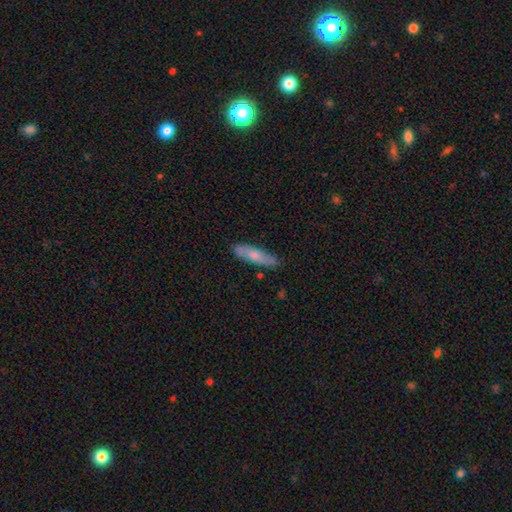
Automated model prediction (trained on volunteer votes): This is likely a smooth galaxy (66%). How rounded: possibly cigar-shaped (59%). Merging: likely none (77%).